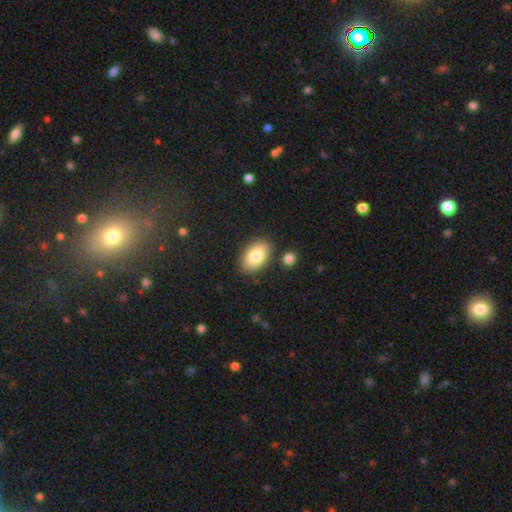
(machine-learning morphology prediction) type=smooth (82%); roundness=in between (92%); merging=none (84%).